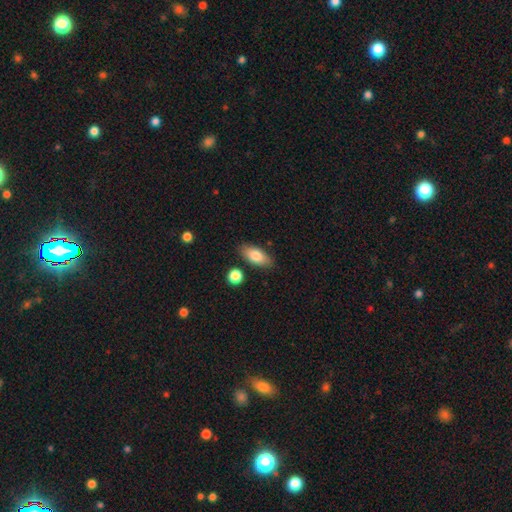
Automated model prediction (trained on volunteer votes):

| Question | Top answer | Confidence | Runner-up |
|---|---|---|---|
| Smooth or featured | smooth | 80% | featured or disk (13%) |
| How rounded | in between | 86% | cigar-shaped (10%) |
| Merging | none | 84% | minor disturbance (10%) |